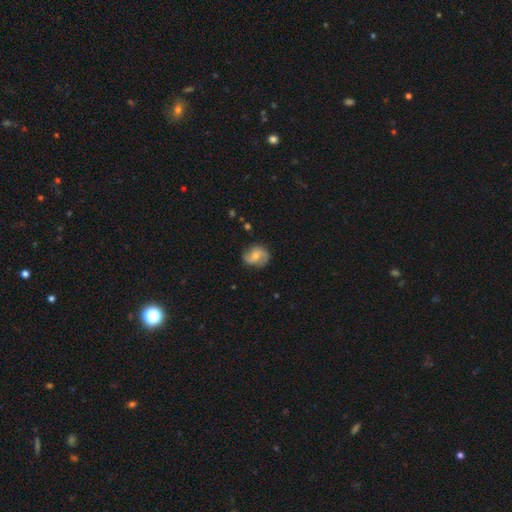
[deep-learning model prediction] This is likely a featured or disk galaxy (62%). It is clearly not viewed edge-on (97%). Bar: possibly no (51%). Spiral arm pattern: clearly yes (91%). Spiral arm count: clearly 2 (86%). Spiral winding: marginally medium (42%). Central bulge: possibly moderate (47%). Merging: likely none (75%).